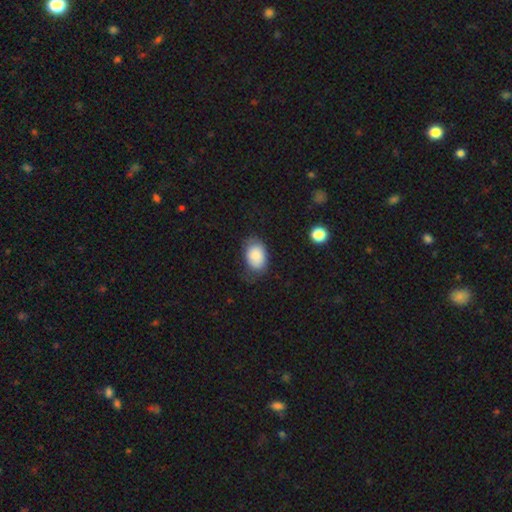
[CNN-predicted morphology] A smooth galaxy with no disk features (85%) that is in between round and cigar-shaped (82%).

Vote fractions:
- Smooth or featured? smooth: 85% / featured or disk: 8% / star or artifact: 7%
- How rounded? in between: 82% / round: 17% / cigar-shaped: 1%
- Merging? none: 63% / minor disturbance: 27% / major disturbance: 9% / merger: 2%